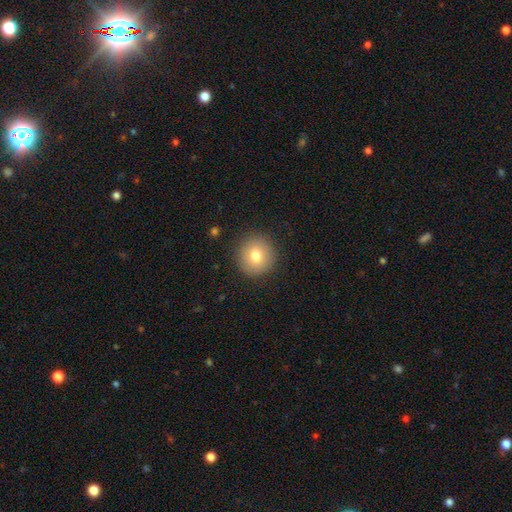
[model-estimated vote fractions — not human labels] A smooth galaxy with no disk features (76%) that is round (94%). Merging: none (89%).